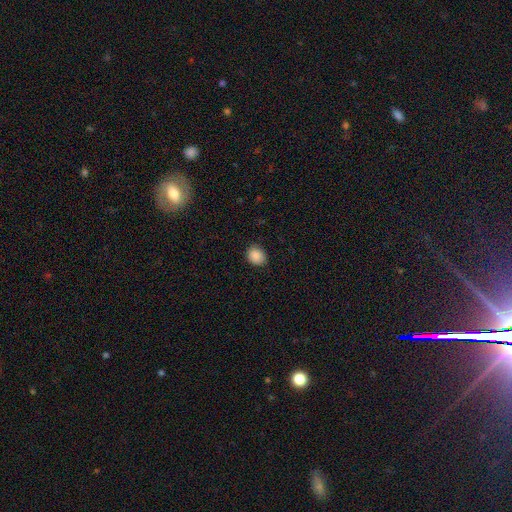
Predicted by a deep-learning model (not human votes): Overall: smooth (87%). How rounded: round (65%; in between 34%). Merging: none (85%).